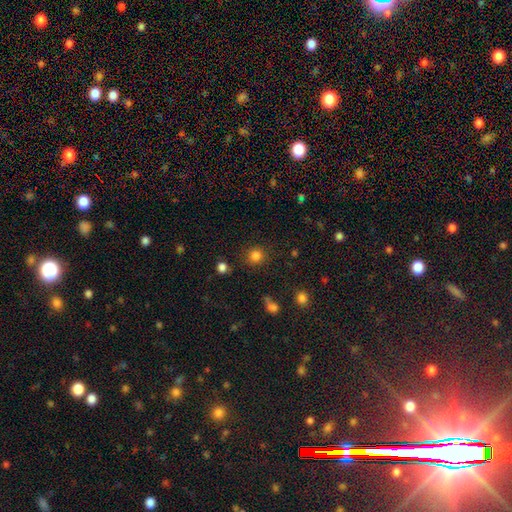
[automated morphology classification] The model was most divided on "smooth or featured": smooth: 83%, star or artifact: 13%, featured or disk: 4%. More confident: how rounded — round (89%); merging — none (86%).